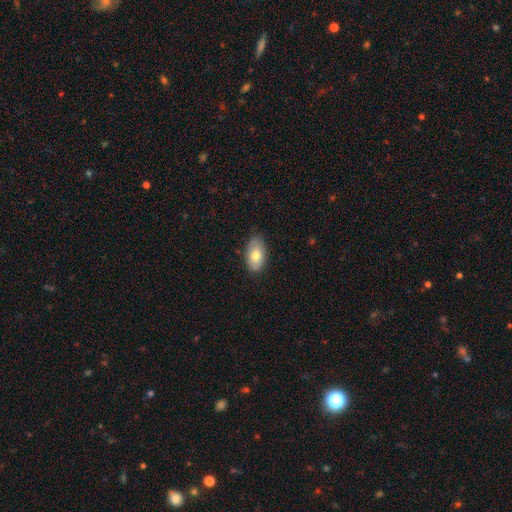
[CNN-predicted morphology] smooth_or_featured: smooth (p=0.75) [alt: featured or disk p=0.19]
how_rounded: in between (p=0.92) [alt: round p=0.06]
merging: none (p=0.78) [alt: minor disturbance p=0.18]